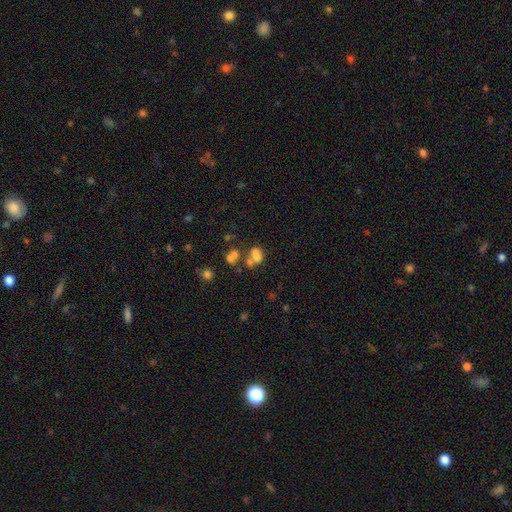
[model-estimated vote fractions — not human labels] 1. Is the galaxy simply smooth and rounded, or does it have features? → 54% smooth, 27% featured or disk, 19% star or artifact.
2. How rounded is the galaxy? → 59% in between, 39% round, 2% cigar-shaped.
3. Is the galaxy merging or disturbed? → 52% merger, 28% none, 10% minor disturbance, 10% major disturbance.